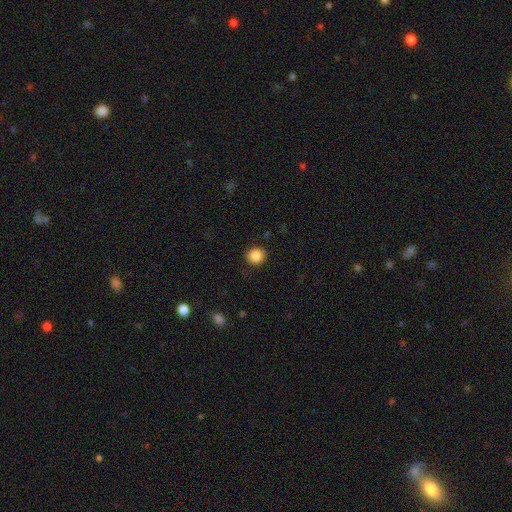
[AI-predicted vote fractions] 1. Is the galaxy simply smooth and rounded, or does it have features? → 87% smooth, 10% star or artifact, 4% featured or disk.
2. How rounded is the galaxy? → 89% round, 10% in between, 1% cigar-shaped.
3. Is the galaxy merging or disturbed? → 89% none, 7% minor disturbance, 2% major disturbance, 1% merger.